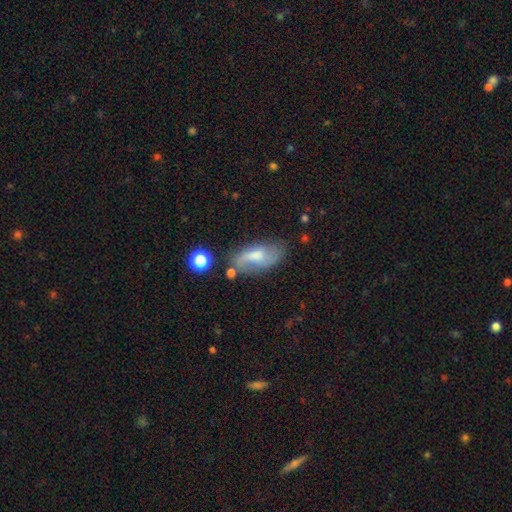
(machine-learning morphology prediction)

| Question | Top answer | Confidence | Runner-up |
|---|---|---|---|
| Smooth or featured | smooth | 49% | featured or disk (41%) |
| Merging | none | 60% | minor disturbance (25%) |